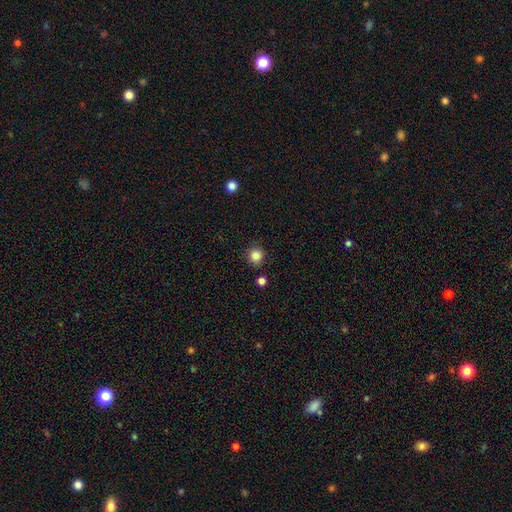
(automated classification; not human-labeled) The model was most divided on "smooth or featured": smooth: 84%, star or artifact: 11%, featured or disk: 4%. More confident: how rounded — round (93%); merging — none (87%).